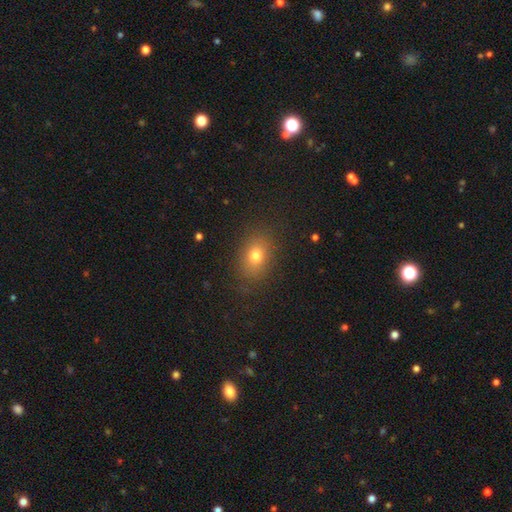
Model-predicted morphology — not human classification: The model was most divided on "how rounded": in between: 69%, round: 29%, cigar-shaped: 2%. More confident: merging — none (83%); smooth or featured — smooth (76%).